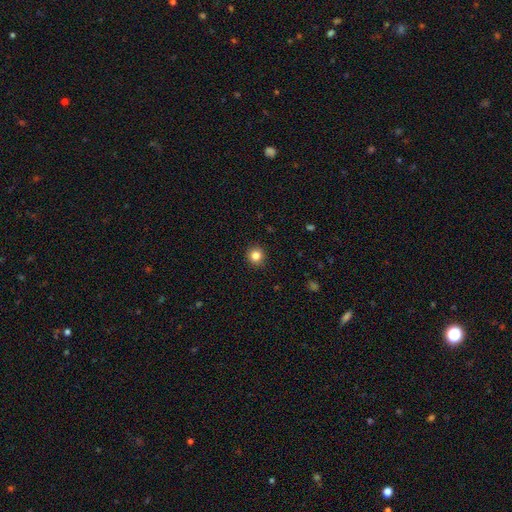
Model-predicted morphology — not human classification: Q: Smooth or featured?
A: smooth (84%); runner-up: star or artifact (11%)
Q: How rounded?
A: round (93%); runner-up: in between (6%)
Q: Merging?
A: none (92%); runner-up: minor disturbance (5%)